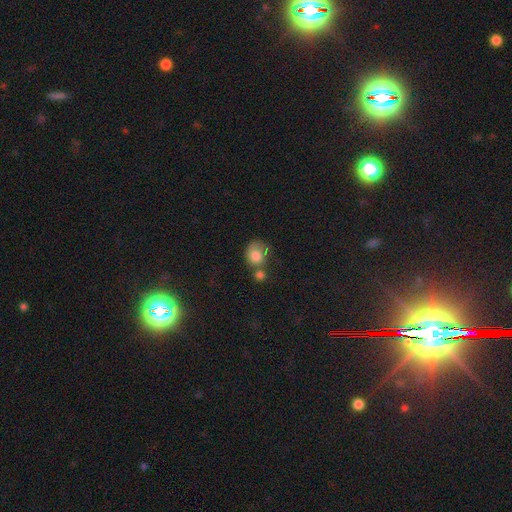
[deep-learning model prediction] smooth-or-featured: smooth: 76% | featured or disk: 15% | star or artifact: 9%
  how-rounded: round: 70% | in between: 29% | cigar-shaped: 1%
  merging: none: 34% (tied) | merger: 34% (tied) | minor disturbance: 19% | major disturbance: 13%